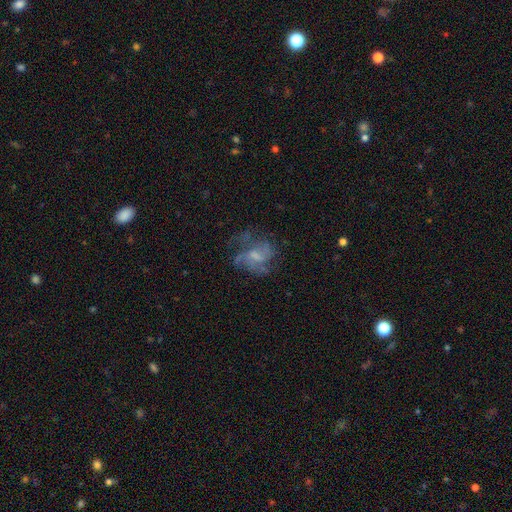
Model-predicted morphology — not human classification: Smooth or featured?
  - featured or disk: 69% *
  - smooth: 20%
  - star or artifact: 12%
Edge-on disk?
  - no: 97% *
  - yes: 3%
Bar?
  - no: 46% *
  - weak: 45%
  - strong: 9%
Spiral arms?
  - yes: 78% *
  - no: 22%
Spiral winding?
  - medium: 44% *
  - loose: 39%
  - tight: 16%
Spiral arm count?
  - can't tell: 29% *
  - 2: 26%
  - 3: 25%
  - 4: 9%
  - 1: 6%
  - more than 4: 4%
Bulge size?
  - none: 33% *
  - small: 32%
  - moderate: 28%
  - large: 5%
  - dominant: 1%
Merging?
  - none: 49% *
  - major disturbance: 29%
  - minor disturbance: 20%
  - merger: 3%